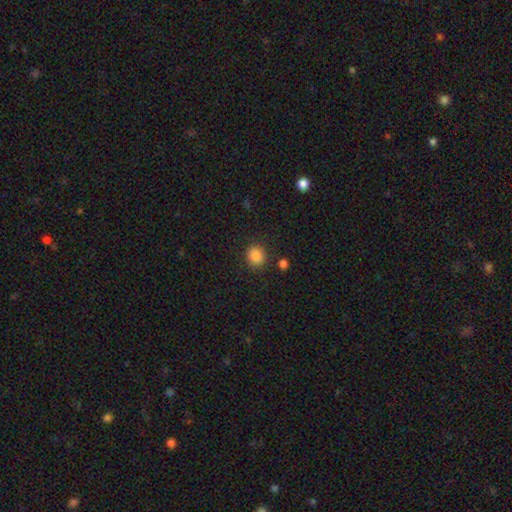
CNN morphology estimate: smooth_or_featured: smooth (p=0.86) [alt: star or artifact p=0.10]
how_rounded: round (p=0.78) [alt: in between p=0.21]
merging: none (p=0.86) [alt: minor disturbance p=0.08]